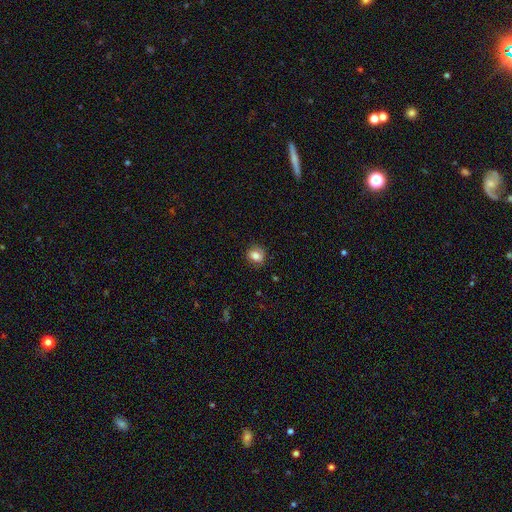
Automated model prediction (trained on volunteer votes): smooth_or_featured: smooth (p=0.77) [alt: featured or disk p=0.14]
how_rounded: round (p=0.60) [alt: in between p=0.39]
merging: none (p=0.81) [alt: minor disturbance p=0.14]